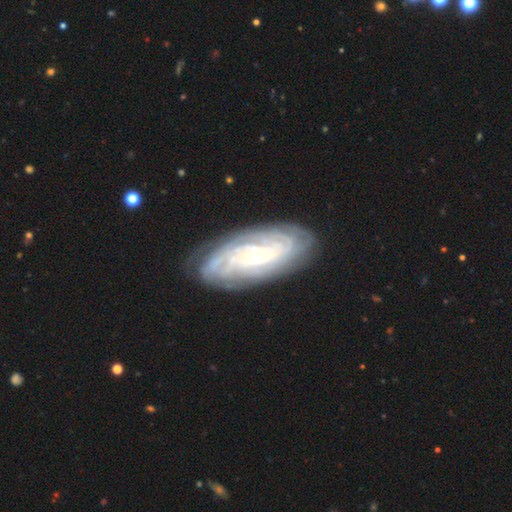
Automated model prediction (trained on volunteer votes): Smooth or featured? Predicted: featured or disk (p=0.82). Edge-on disk? Predicted: no (p=0.92). Bar? Predicted: no (p=0.74). Spiral arms? Predicted: yes (p=0.94). Spiral winding? Predicted: tight (p=0.79). Spiral arm count? Predicted: can't tell (p=0.43). Bulge size? Predicted: small (p=0.71). Merging? Predicted: none (p=0.81).